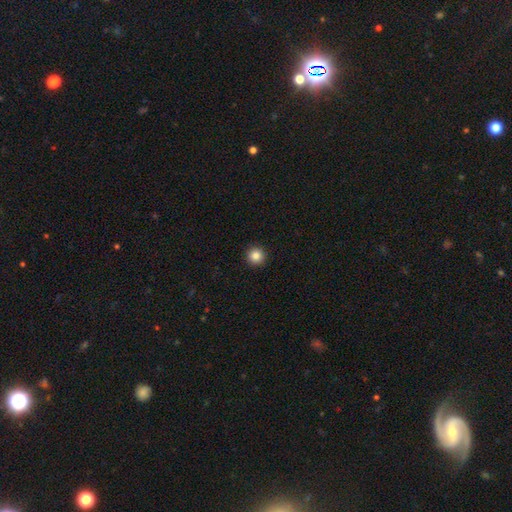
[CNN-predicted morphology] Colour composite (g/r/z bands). It shows a smooth galaxy with no disk features (86%) that is round (96%). Merging: none (94%).